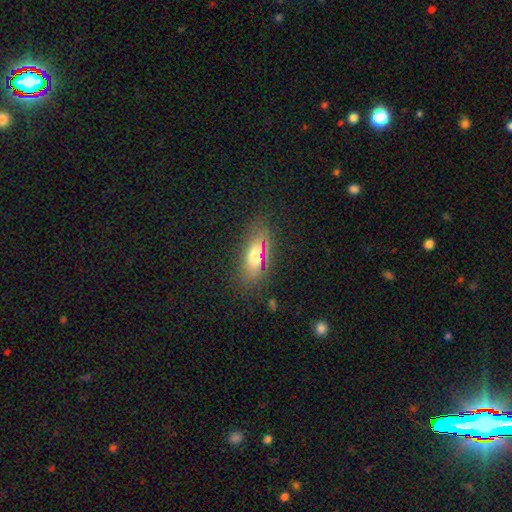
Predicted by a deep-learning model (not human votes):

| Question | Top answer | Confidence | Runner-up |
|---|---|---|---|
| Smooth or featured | smooth | 66% | featured or disk (20%) |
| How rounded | in between | 75% | cigar-shaped (19%) |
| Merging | none | 79% | minor disturbance (15%) |